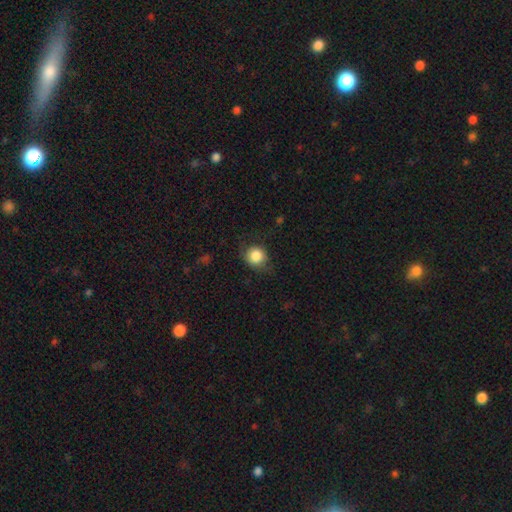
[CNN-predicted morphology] Smooth or featured? Predicted: smooth (p=0.85). How rounded? Predicted: round (p=0.83). Merging? Predicted: none (p=0.74).